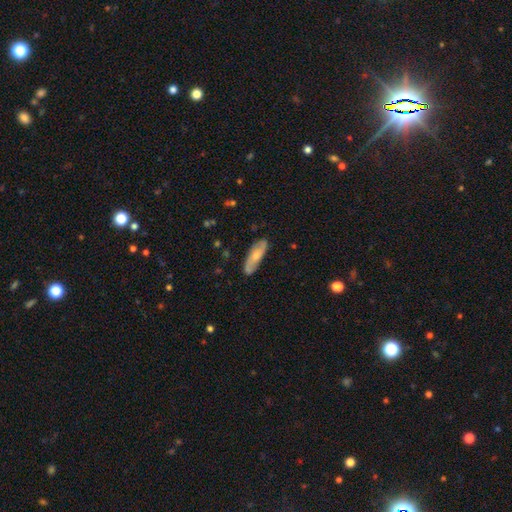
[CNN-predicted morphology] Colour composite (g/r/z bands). It shows a smooth galaxy with no disk features (52%) that is cigar-shaped (51%). Merging: none (82%).